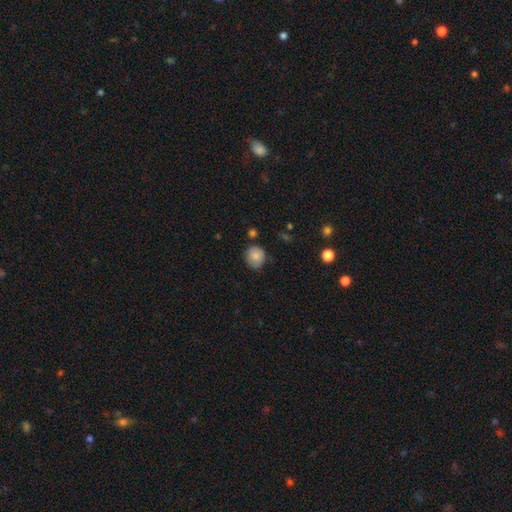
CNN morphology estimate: smooth_or_featured: smooth (p=0.83) [alt: featured or disk p=0.09]
how_rounded: round (p=0.81) [alt: in between p=0.18]
merging: none (p=0.73) [alt: minor disturbance p=0.20]